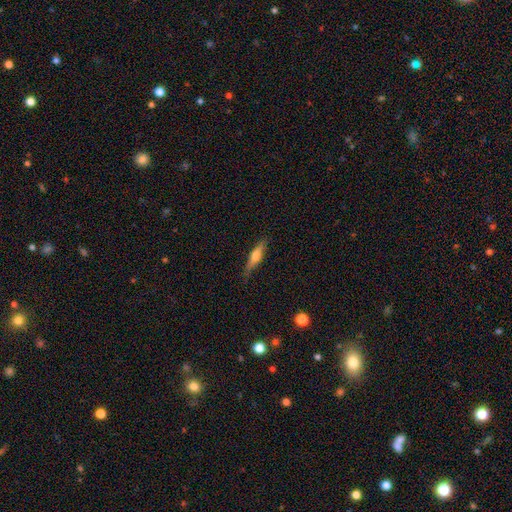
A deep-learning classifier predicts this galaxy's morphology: Smooth or featured?
  - featured or disk: 50% *
  - smooth: 44%
  - star or artifact: 7%
Merging?
  - none: 84% *
  - minor disturbance: 12%
  - major disturbance: 3%
  - merger: 1%